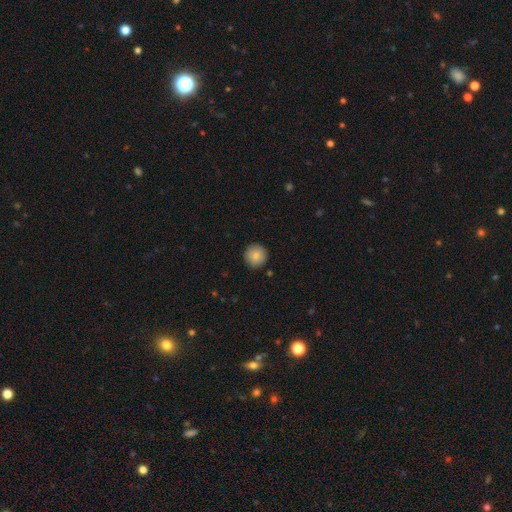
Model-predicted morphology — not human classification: type=smooth (84%); roundness=round (96%); merging=none (91%).